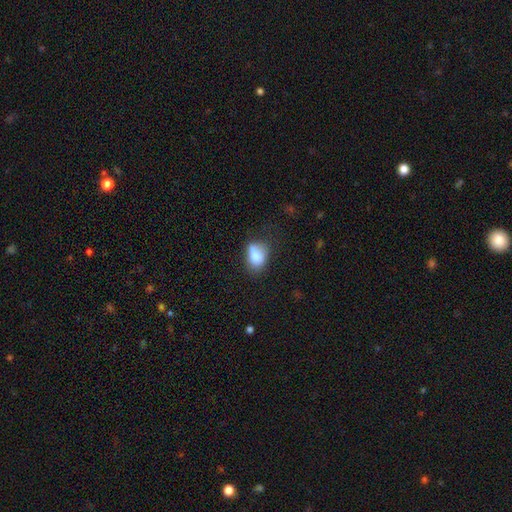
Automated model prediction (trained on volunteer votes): Smooth or featured: smooth — 79% (featured or disk — 12%)
How rounded: in between — 77% (round — 21%)
Merging: none — 44% (minor disturbance — 32%)